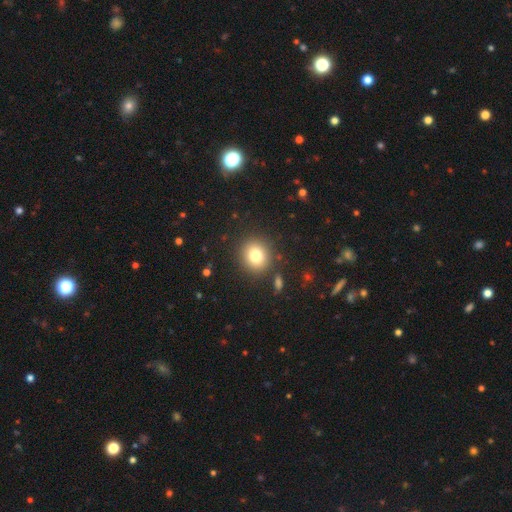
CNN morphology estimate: Smooth or featured? Predicted: smooth (p=0.80). How rounded? Predicted: round (p=0.83). Merging? Predicted: none (p=0.88).